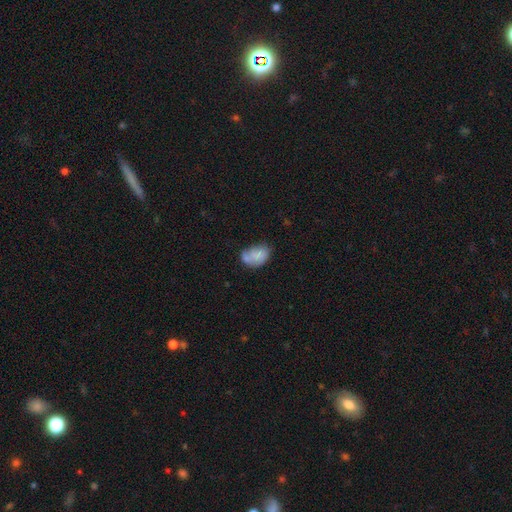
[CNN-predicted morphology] type=smooth (71%); roundness=in between (82%); merging=none (42%).